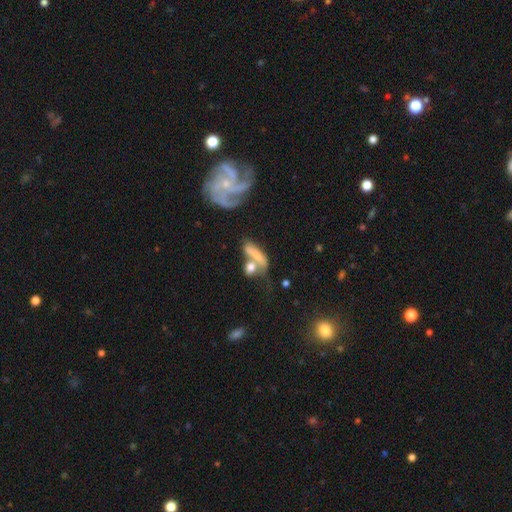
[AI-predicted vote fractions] This appears to be a smooth galaxy with no disk features (63%) that is in between round and cigar-shaped (47%). Merging: merger (44%).